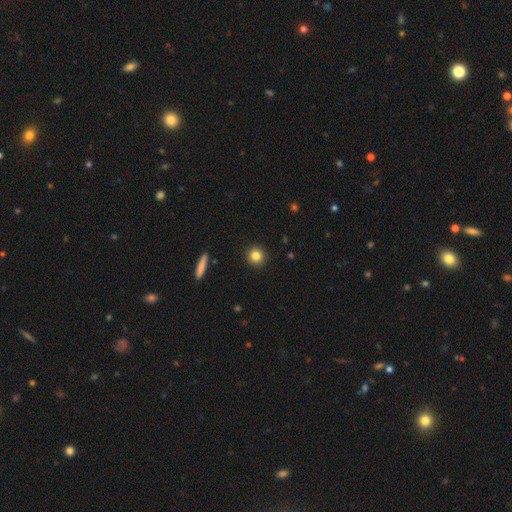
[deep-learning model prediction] Smooth or featured? Predicted: smooth (p=0.83). How rounded? Predicted: round (p=0.93). Merging? Predicted: none (p=0.92).